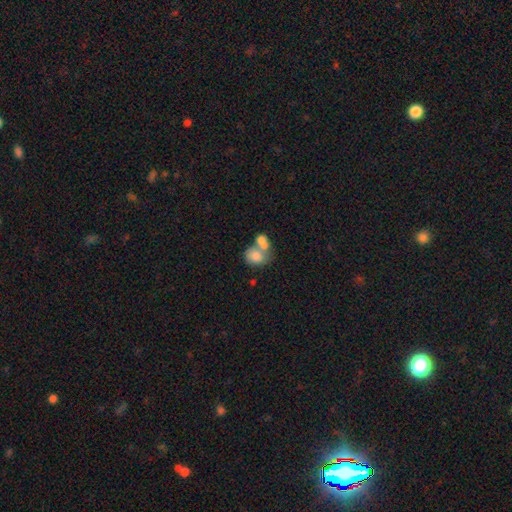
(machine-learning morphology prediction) Smooth or featured: smooth — 74% (featured or disk — 18%)
How rounded: in between — 51% (round — 47%)
Merging: merger — 62% (none — 24%)